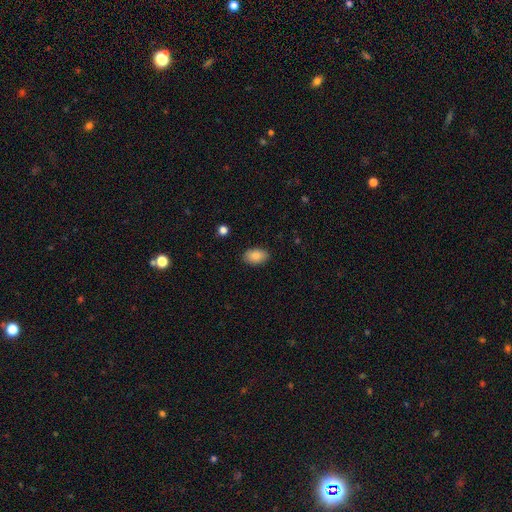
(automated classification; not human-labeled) Q: Smooth or featured?
A: smooth (87%); runner-up: star or artifact (7%)
Q: How rounded?
A: in between (91%); runner-up: round (8%)
Q: Merging?
A: none (87%); runner-up: minor disturbance (9%)